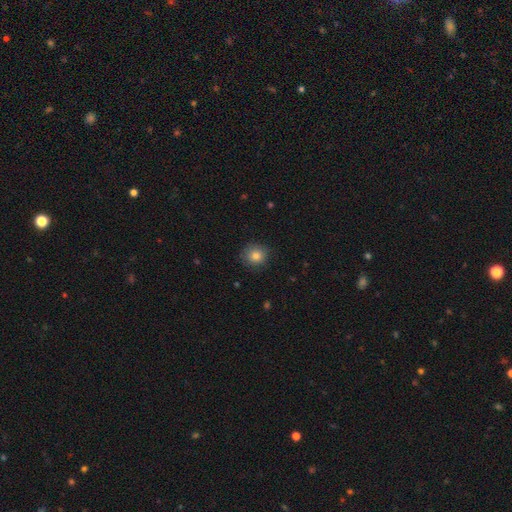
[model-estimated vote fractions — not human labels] Overall: smooth (82%). How rounded: round (86%). Merging: none (85%).